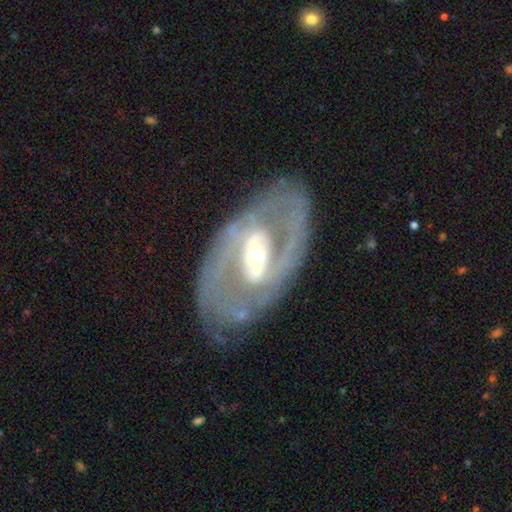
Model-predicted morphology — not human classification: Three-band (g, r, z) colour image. It shows a featured or disk galaxy (82%) with a strong bar (40%), spiral arms (66%) and a moderate central bulge (60%). Merging: none (75%).